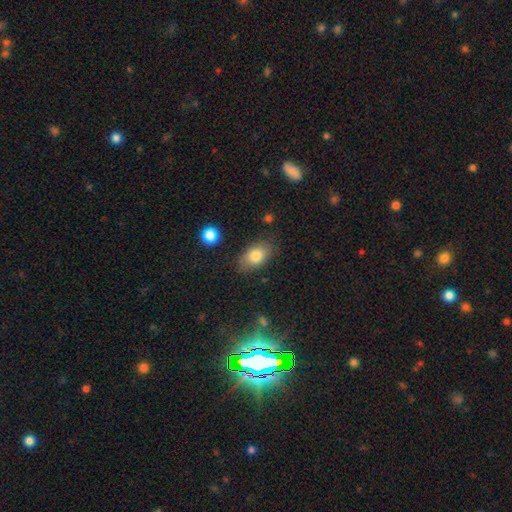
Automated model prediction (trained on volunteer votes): Smooth or featured: smooth — 80% (featured or disk — 12%)
How rounded: in between — 88% (round — 10%)
Merging: none — 78% (minor disturbance — 16%)